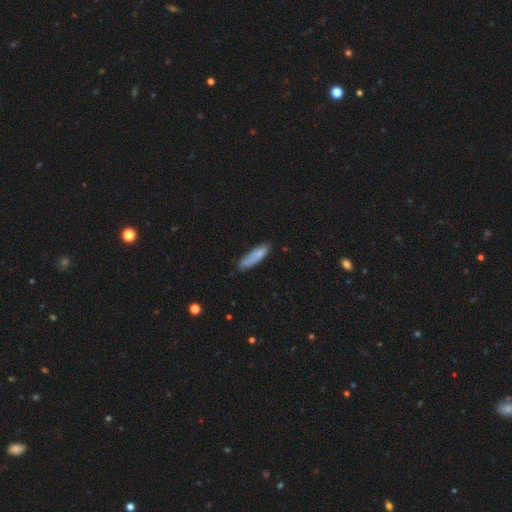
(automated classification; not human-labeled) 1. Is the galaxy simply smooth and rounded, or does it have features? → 80% smooth, 14% featured or disk, 7% star or artifact.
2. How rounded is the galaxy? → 70% cigar-shaped, 29% in between, 2% round.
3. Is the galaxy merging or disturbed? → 67% none, 25% minor disturbance, 5% major disturbance, 3% merger.